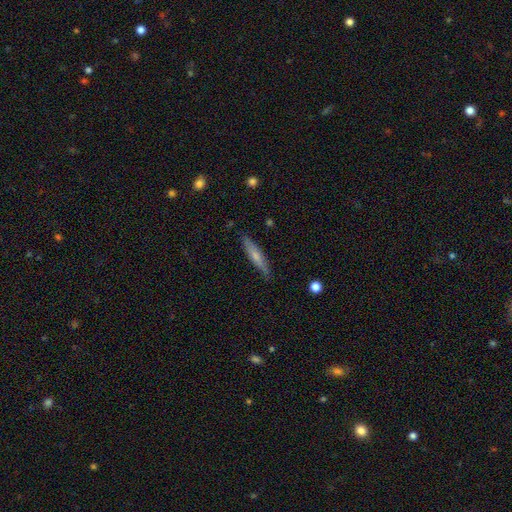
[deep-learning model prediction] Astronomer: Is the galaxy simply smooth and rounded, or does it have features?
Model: smooth — 58% (runner-up: featured or disk, 36%).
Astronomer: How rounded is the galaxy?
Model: cigar-shaped — 86%.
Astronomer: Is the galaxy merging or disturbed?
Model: none — 84%.